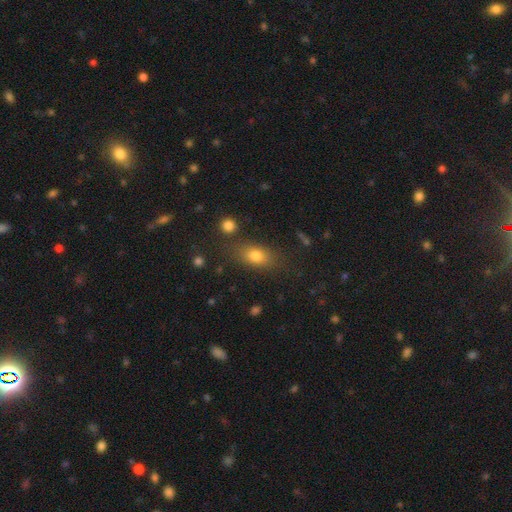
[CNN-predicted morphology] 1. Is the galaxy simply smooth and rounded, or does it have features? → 75% smooth, 13% star or artifact, 12% featured or disk.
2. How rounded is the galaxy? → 74% in between, 17% round, 9% cigar-shaped.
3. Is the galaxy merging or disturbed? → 77% none, 13% minor disturbance, 5% merger, 5% major disturbance.